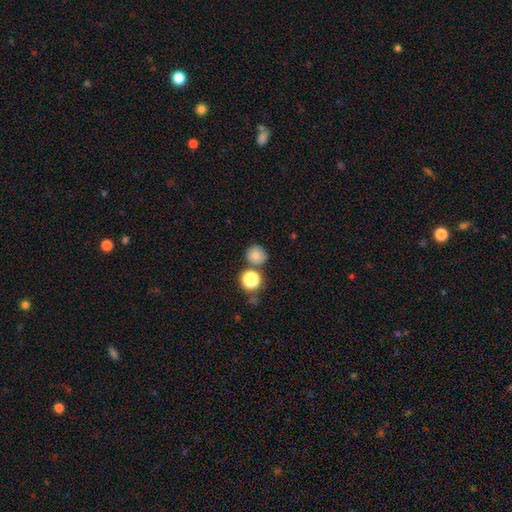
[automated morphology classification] smooth 79%, star or artifact 14%, featured or disk 7%. Down the decision tree: how rounded — round (89%); merging — none (73%).